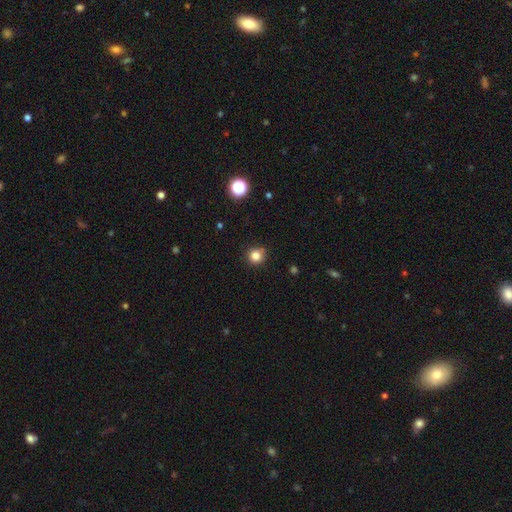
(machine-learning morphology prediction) The model was most divided on "smooth or featured": smooth: 82%, star or artifact: 13%, featured or disk: 5%. More confident: how rounded — round (92%); merging — none (86%).